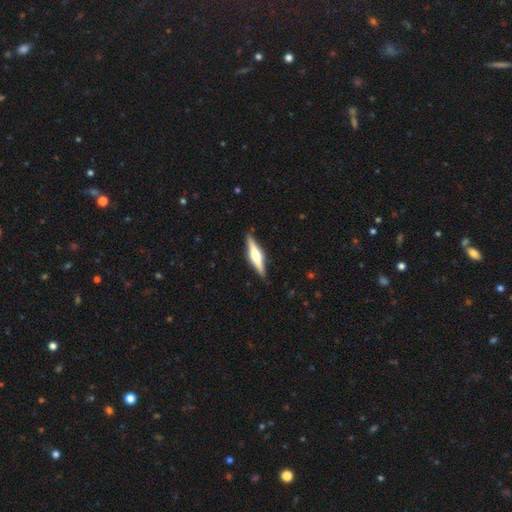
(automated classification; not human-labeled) smooth-or-featured: featured or disk: 70% | smooth: 25% | star or artifact: 5%
  disk-edge-on: yes: 98% | no: 2%
    edge-on-bulge: rounded: 88% | boxy: 9% | none: 3%
  merging: none: 89% | minor disturbance: 8% | major disturbance: 2% | merger: 1%